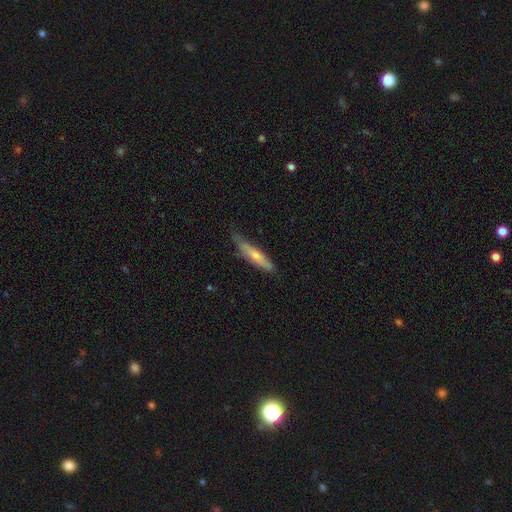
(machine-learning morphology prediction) type=smooth (61%); roundness=cigar-shaped (83%); merging=none (62%).